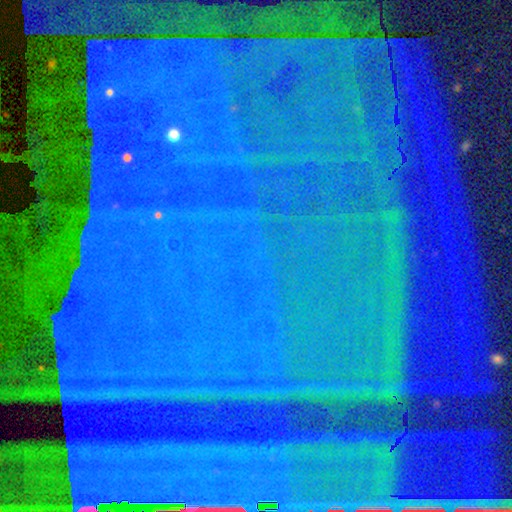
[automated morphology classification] smooth-or-featured: star or artifact: 86% | featured or disk: 8% | smooth: 6%